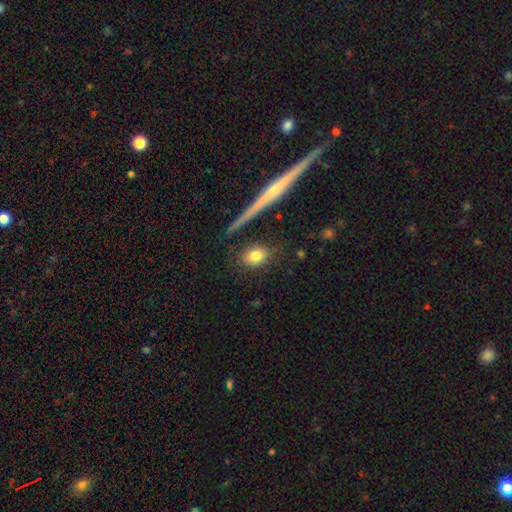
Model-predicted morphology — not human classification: smooth-or-featured: smooth: 79% | featured or disk: 11% | star or artifact: 10%
  how-rounded: in between: 50% | round: 43% | cigar-shaped: 7%
  merging: none: 82% | minor disturbance: 11% | merger: 4% | major disturbance: 3%